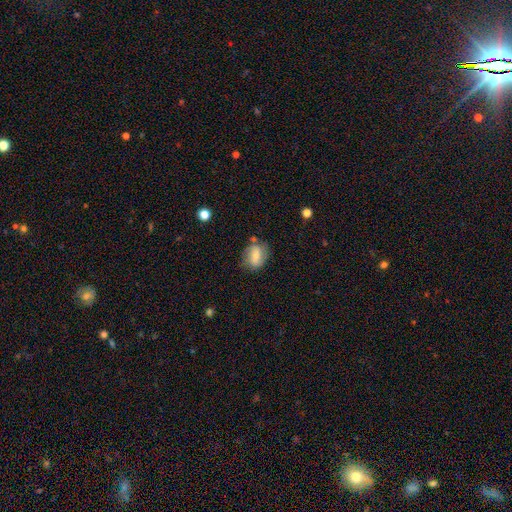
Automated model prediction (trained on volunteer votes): Overall: smooth (60%; featured or disk 32%). How rounded: in between (67%; round 30%). Merging: none (66%).